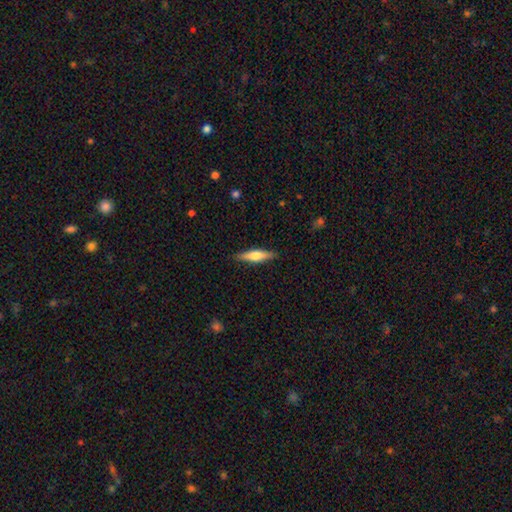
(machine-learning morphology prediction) Smooth or featured: smooth — 50% (featured or disk — 45%)
Merging: none — 89% (minor disturbance — 8%)